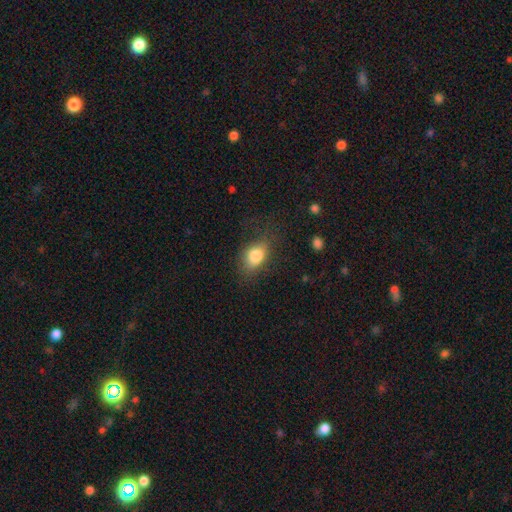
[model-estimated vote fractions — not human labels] smooth_or_featured: smooth (p=0.82) [alt: featured or disk p=0.09]
how_rounded: in between (p=0.78) [alt: round p=0.20]
merging: none (p=0.64) [alt: minor disturbance p=0.23]